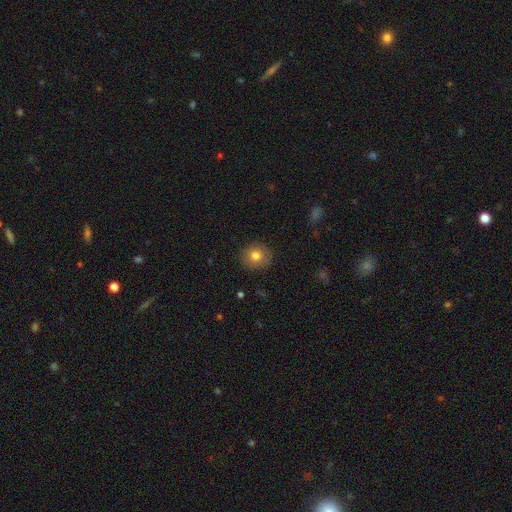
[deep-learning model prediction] Morphology: type=smooth (78%); roundness=round (89%); merging=none (89%).